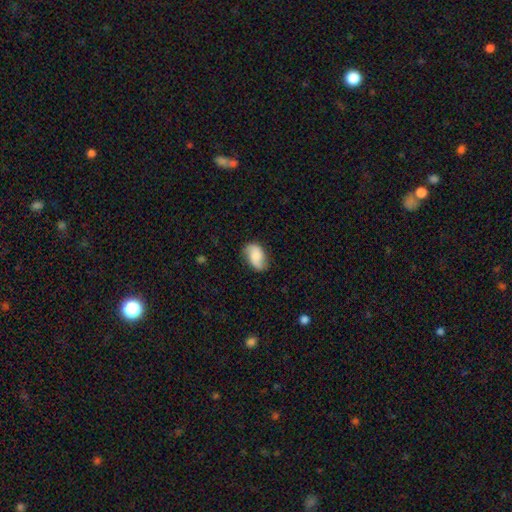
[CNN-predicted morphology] Smooth or featured? smooth (54%)
How rounded? in between (88%)
Merging? none (73%)